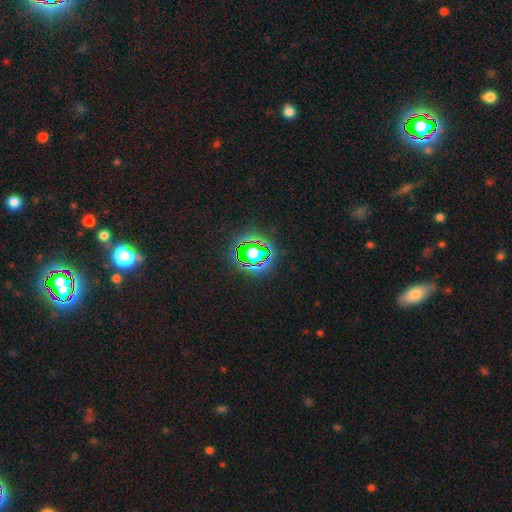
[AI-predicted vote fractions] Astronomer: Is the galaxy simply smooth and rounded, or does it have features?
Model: star or artifact — 59%.